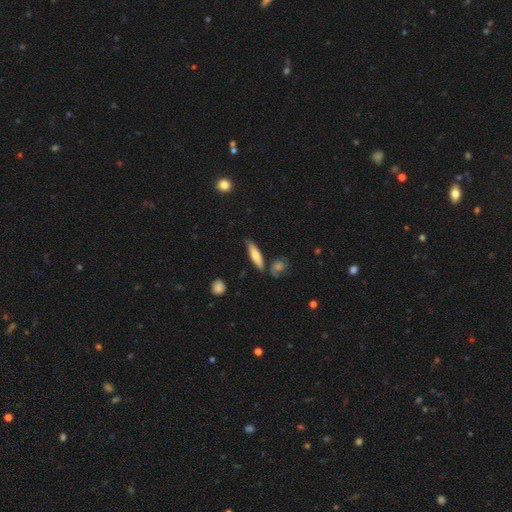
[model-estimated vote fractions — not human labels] Overall: smooth (56%; featured or disk 38%). How rounded: cigar-shaped (76%). Merging: none (74%).